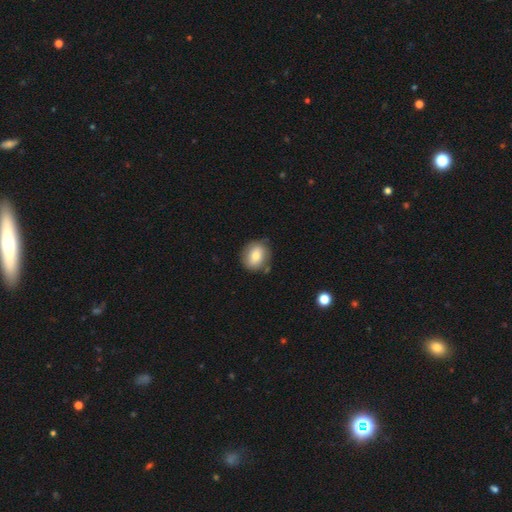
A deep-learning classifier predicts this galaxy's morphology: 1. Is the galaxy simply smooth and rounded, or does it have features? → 74% smooth, 18% featured or disk, 8% star or artifact.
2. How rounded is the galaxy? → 65% round, 34% in between, 1% cigar-shaped.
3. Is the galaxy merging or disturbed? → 74% none, 18% minor disturbance, 5% major disturbance, 4% merger.